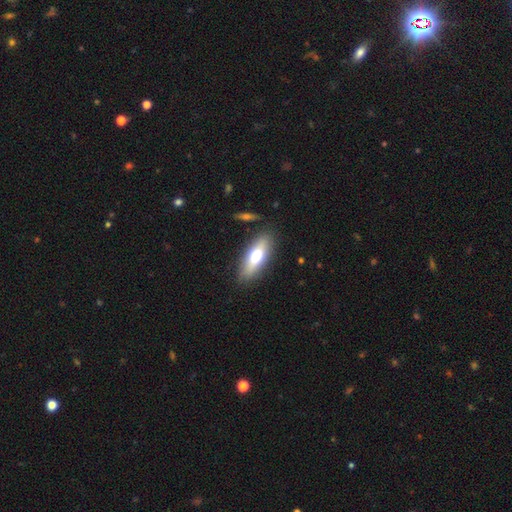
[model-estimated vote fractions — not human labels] This appears to be a smooth galaxy with no disk features (61%) that is in between round and cigar-shaped (62%). Merging: none (84%).